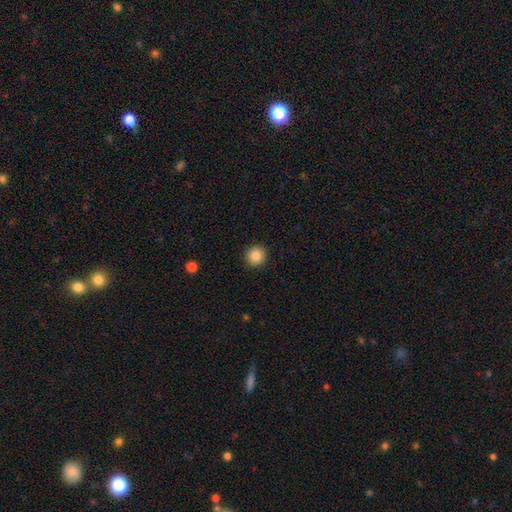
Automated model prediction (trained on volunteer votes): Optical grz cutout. It shows a smooth galaxy with no disk features (85%) that is round (94%). Merging: none (93%).